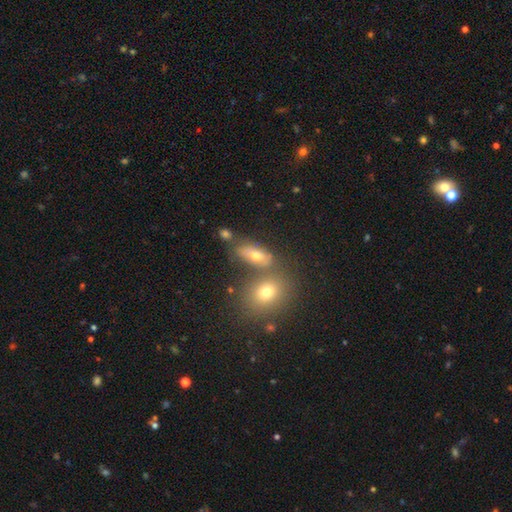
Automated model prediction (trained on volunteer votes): smooth-or-featured: smooth: 63% | featured or disk: 22% | star or artifact: 15%
  how-rounded: in between: 71% | round: 14% | cigar-shaped: 14%
  merging: none: 58% | merger: 24% | minor disturbance: 13% | major disturbance: 5%